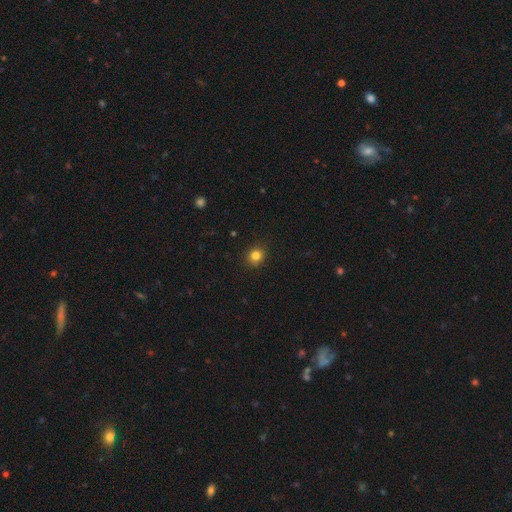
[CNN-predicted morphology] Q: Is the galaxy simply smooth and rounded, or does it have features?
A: smooth — 82%.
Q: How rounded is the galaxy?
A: round — 82%.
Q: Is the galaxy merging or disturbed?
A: none — 90%.